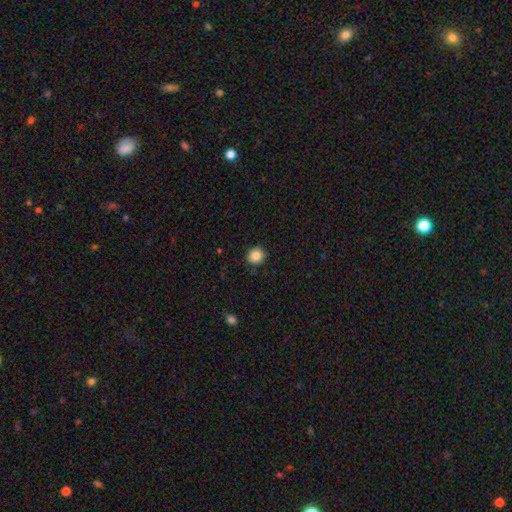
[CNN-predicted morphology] Smooth or featured? Predicted: smooth (p=0.86). How rounded? Predicted: round (p=0.91). Merging? Predicted: none (p=0.91).